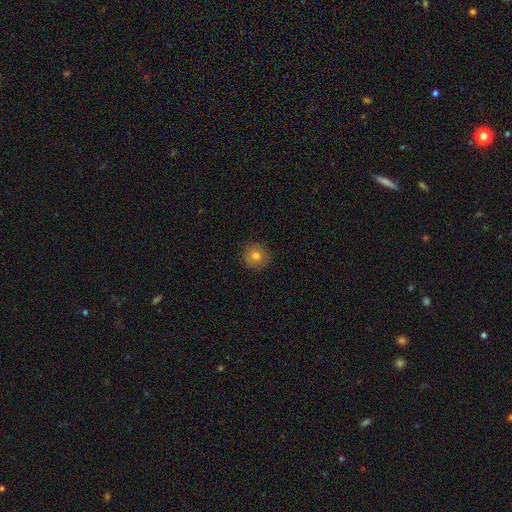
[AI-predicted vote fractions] This is likely a smooth galaxy (77%). How rounded: clearly round (93%). Merging: clearly none (89%).